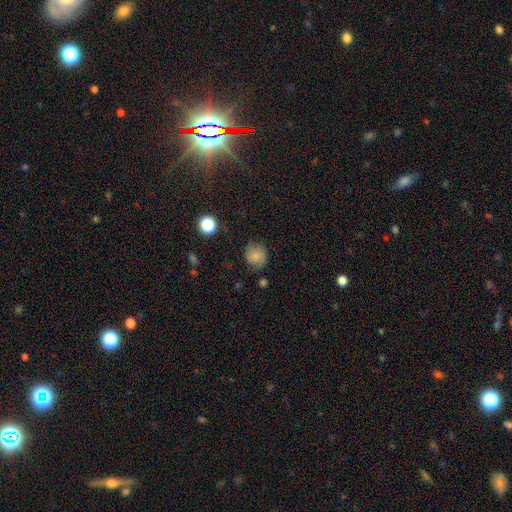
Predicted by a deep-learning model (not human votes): Smooth or featured? Predicted: smooth (p=0.76). How rounded? Predicted: round (p=0.81). Merging? Predicted: none (p=0.73).